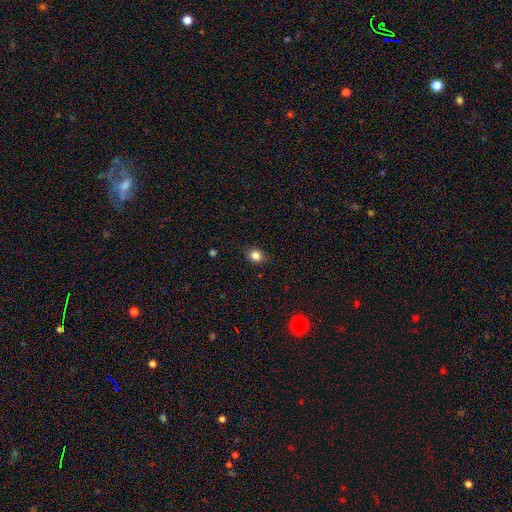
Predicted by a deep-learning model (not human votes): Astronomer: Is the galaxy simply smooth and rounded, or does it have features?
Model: smooth — 84%.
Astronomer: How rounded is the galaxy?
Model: round — 62%.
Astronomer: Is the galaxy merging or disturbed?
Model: none — 87%.